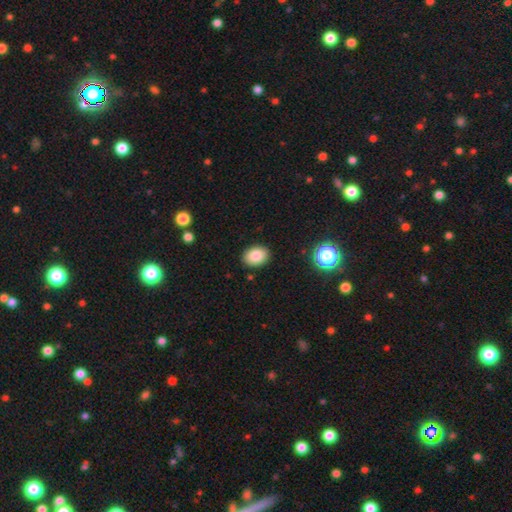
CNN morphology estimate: A smooth galaxy with no disk features (85%) that is in between round and cigar-shaped (69%).

Vote fractions:
- Smooth or featured? smooth: 85% / star or artifact: 9% / featured or disk: 6%
- How rounded? in between: 69% / round: 30% / cigar-shaped: 1%
- Merging? none: 89% / minor disturbance: 8% / major disturbance: 2% / merger: 1%